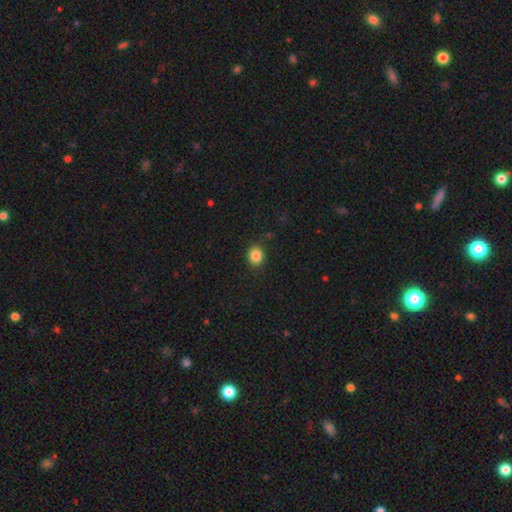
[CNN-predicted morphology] type=smooth (85%); roundness=round (68%); merging=none (88%).